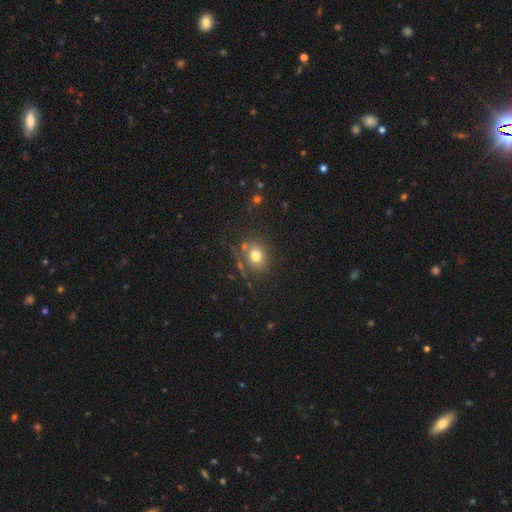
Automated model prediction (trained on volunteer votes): smooth-or-featured: smooth: 74% | star or artifact: 15% | featured or disk: 11%
  how-rounded: round: 71% | in between: 28% | cigar-shaped: 1%
  merging: none: 69% | minor disturbance: 14% | merger: 10% | major disturbance: 7%